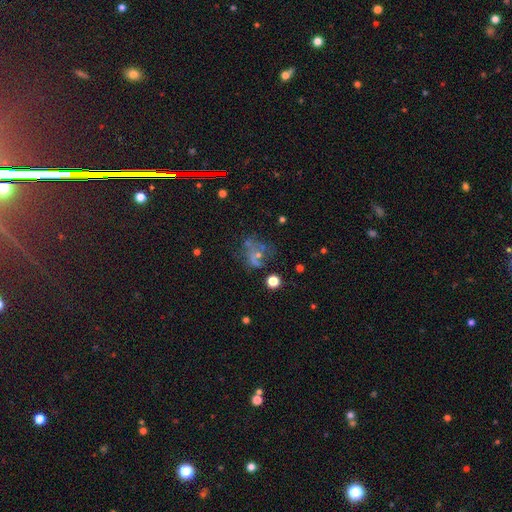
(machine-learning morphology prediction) Smooth or featured? Predicted: featured or disk (p=0.38). Merging? Predicted: none (p=0.34).